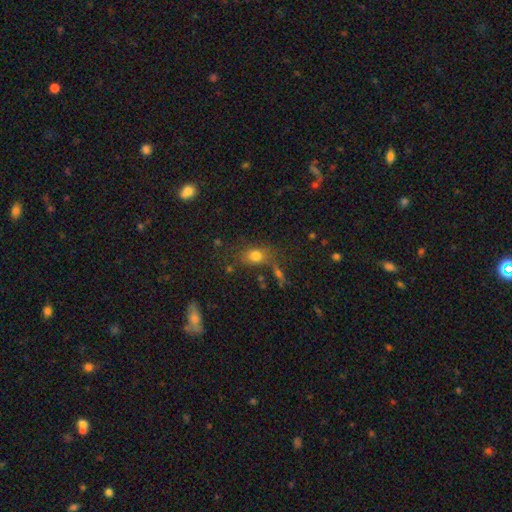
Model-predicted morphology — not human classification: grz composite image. It shows a smooth galaxy with no disk features (76%) that is in between round and cigar-shaped (62%). Merging: none (64%).